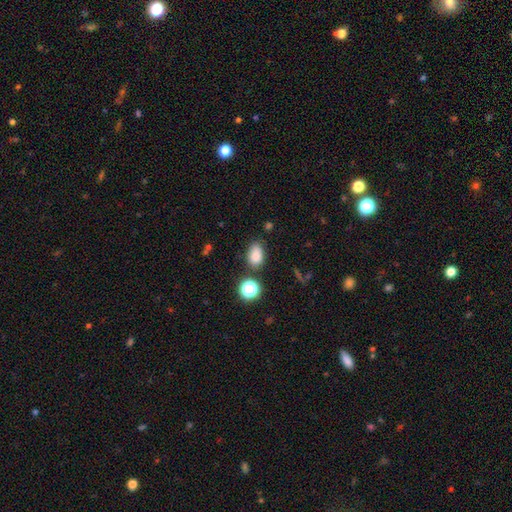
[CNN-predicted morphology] smooth_or_featured: smooth (p=0.82) [alt: star or artifact p=0.13]
how_rounded: in between (p=0.81) [alt: round p=0.17]
merging: none (p=0.74) [alt: minor disturbance p=0.17]